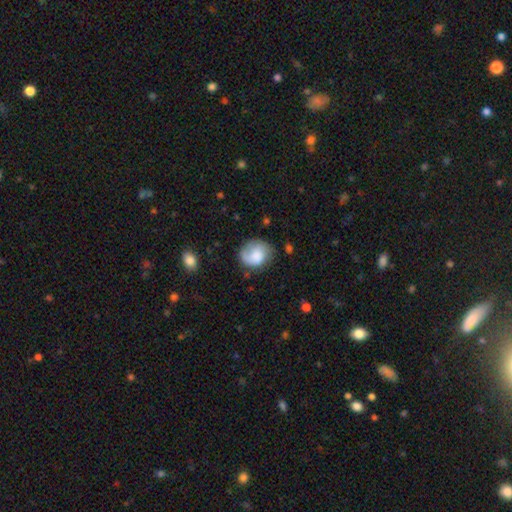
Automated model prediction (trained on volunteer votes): Smooth or featured: smooth — 62% (featured or disk — 31%)
How rounded: round — 64% (in between — 35%)
Merging: none — 57% (minor disturbance — 25%)